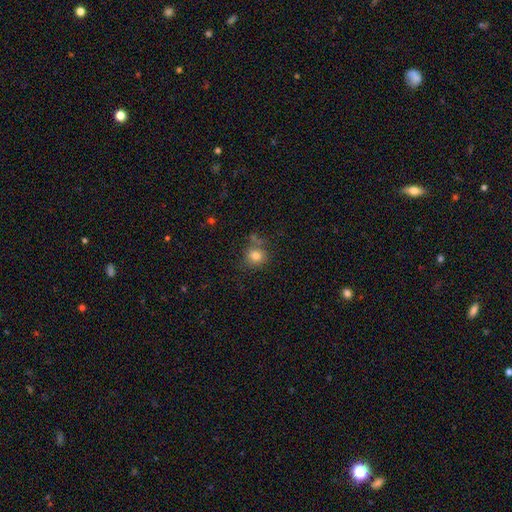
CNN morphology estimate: A smooth galaxy with no disk features (80%) that is round (85%). Merging: none (70%).